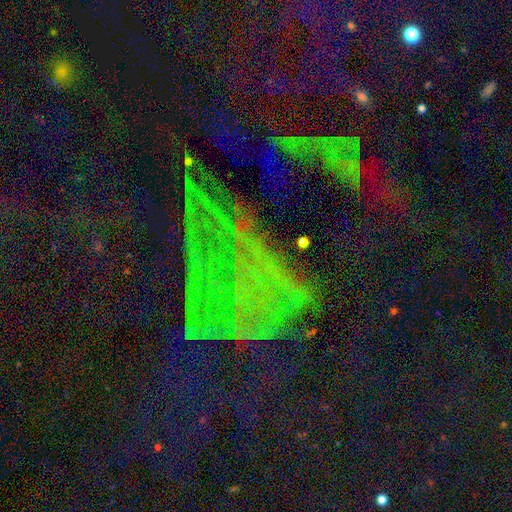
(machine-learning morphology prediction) Smooth or featured? Predicted: star or artifact (p=0.82).